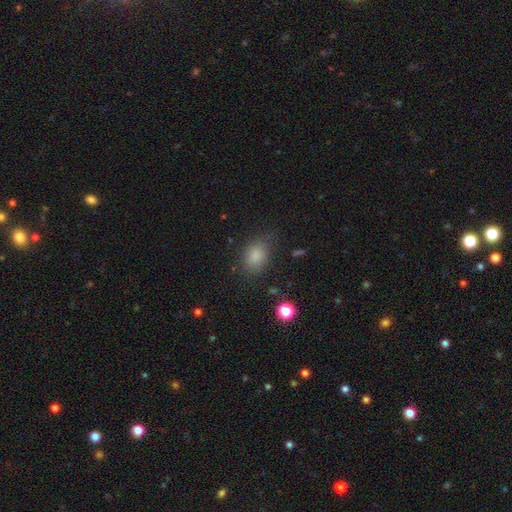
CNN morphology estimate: Smooth or featured: smooth — 83% (star or artifact — 11%)
How rounded: in between — 73% (round — 26%)
Merging: none — 73% (minor disturbance — 19%)